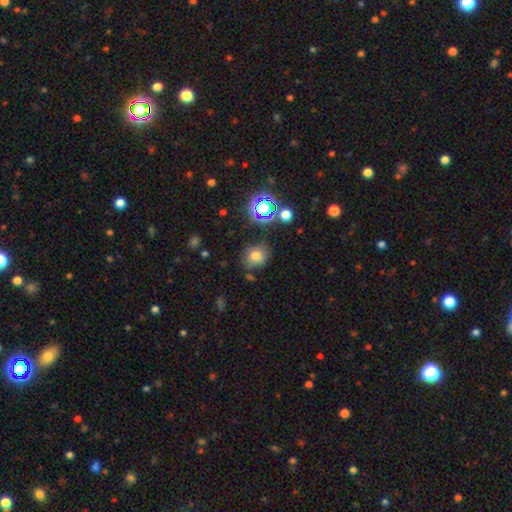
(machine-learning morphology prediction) Q: Smooth or featured?
A: smooth (71%); runner-up: star or artifact (19%)
Q: How rounded?
A: round (70%); runner-up: in between (29%)
Q: Merging?
A: none (76%); runner-up: minor disturbance (15%)